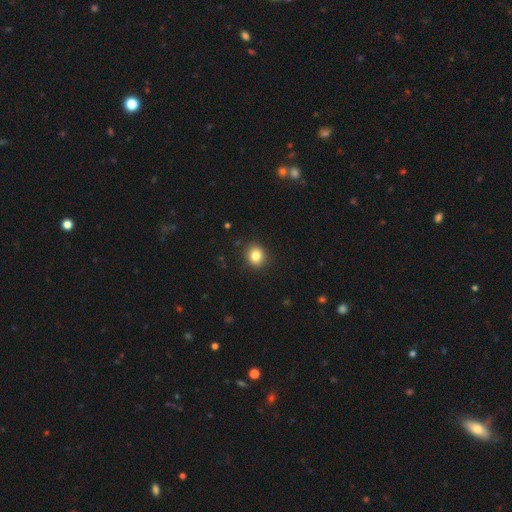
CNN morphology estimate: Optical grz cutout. It shows a smooth galaxy with no disk features (84%) that is round (72%). Merging: none (90%).